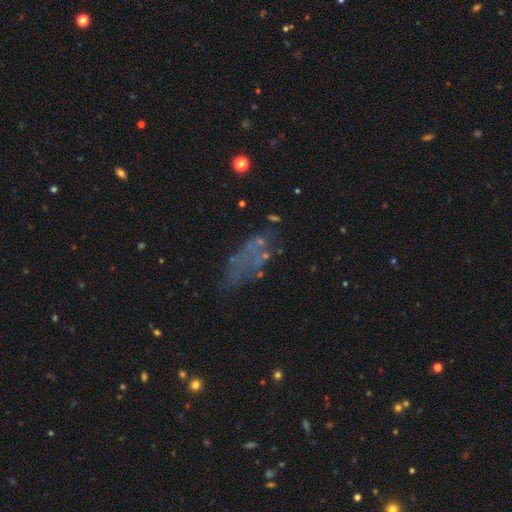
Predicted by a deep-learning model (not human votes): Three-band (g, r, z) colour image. It shows a featured or disk galaxy (41%). Merging: none (51%).